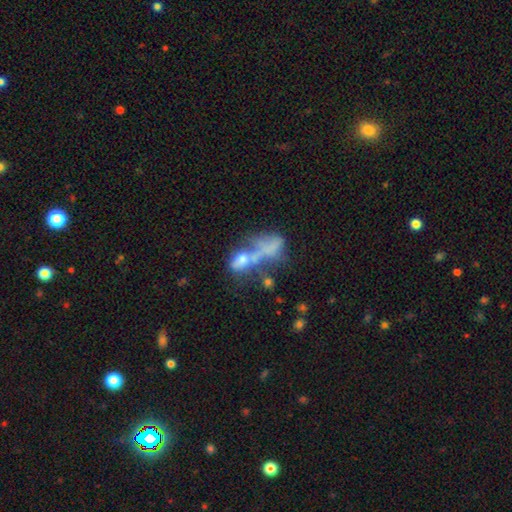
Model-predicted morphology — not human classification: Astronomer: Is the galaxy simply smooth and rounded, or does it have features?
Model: smooth — 41% (runner-up: featured or disk, 38%).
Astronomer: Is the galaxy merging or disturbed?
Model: merger — 56%.